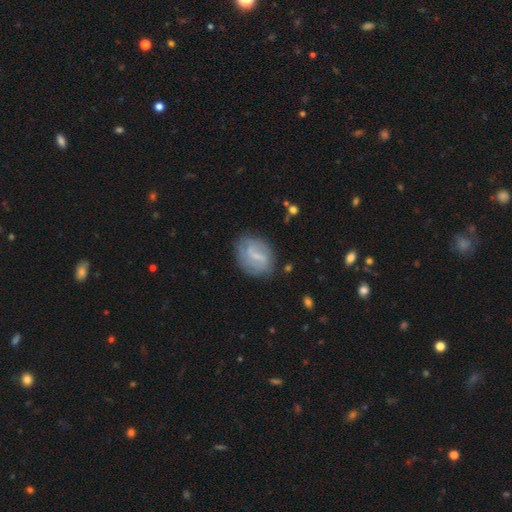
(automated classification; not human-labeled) Overall: featured or disk (62%; smooth 30%). Edge-on disk: no (96%). Bar: weak (53%; strong 32%). Spiral arms: yes (72%). Bulge size: small (54%; none 28%). Merging: none (72%).